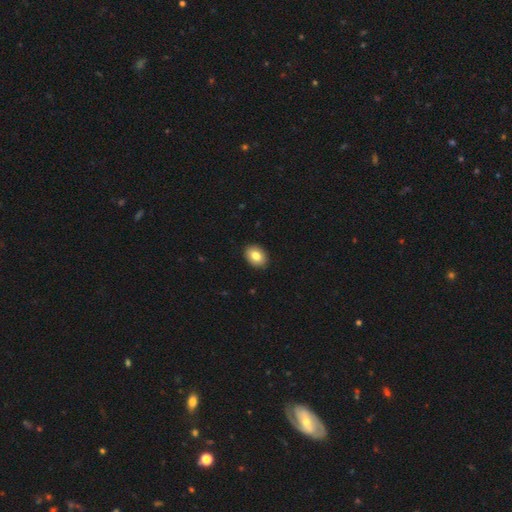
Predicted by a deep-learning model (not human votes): Smooth or featured? Predicted: smooth (p=0.83). How rounded? Predicted: in between (p=0.73). Merging? Predicted: none (p=0.91).